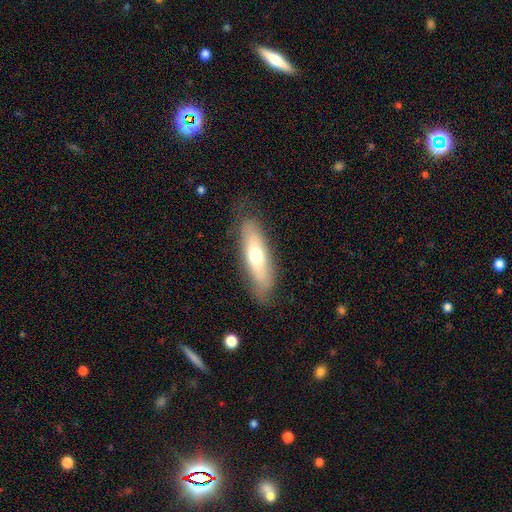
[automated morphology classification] smooth 57%, featured or disk 37%, star or artifact 6%. Down the decision tree: how rounded — cigar-shaped (50%); merging — none (76%).